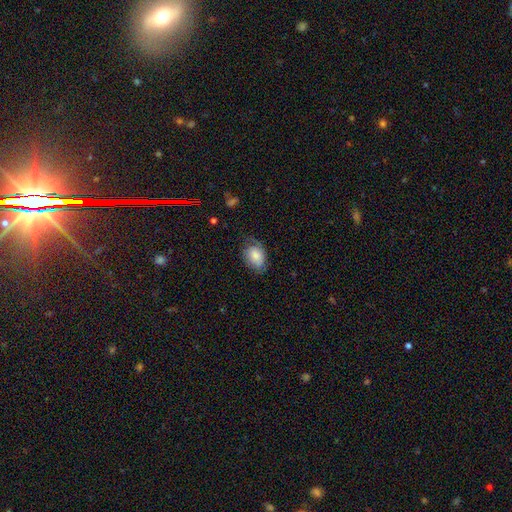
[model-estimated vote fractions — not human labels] Overall: smooth (68%). How rounded: in between (83%). Merging: none (53%; minor disturbance 31%).